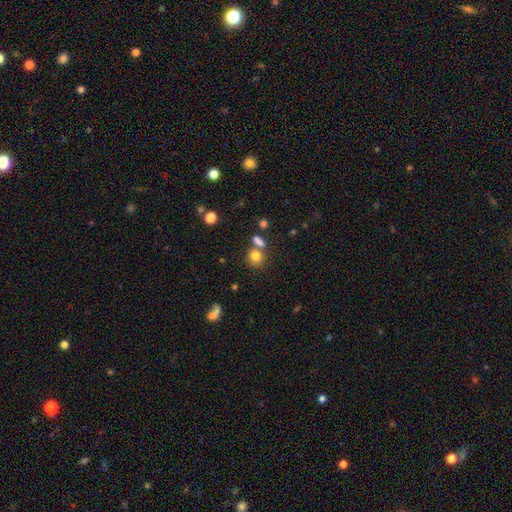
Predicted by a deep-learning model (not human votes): Smooth or featured? Predicted: smooth (p=0.79). How rounded? Predicted: round (p=0.80). Merging? Predicted: none (p=0.59).